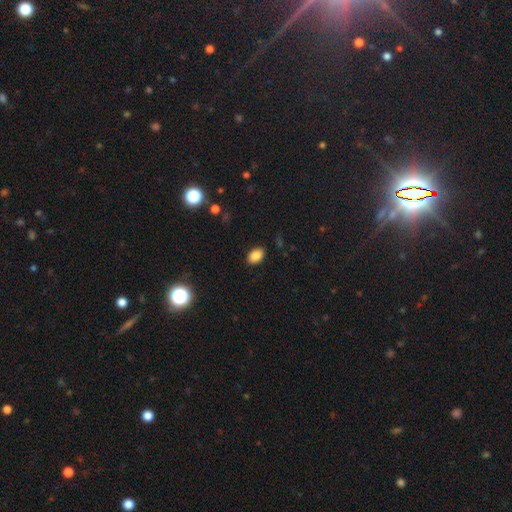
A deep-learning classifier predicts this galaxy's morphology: smooth 86%, star or artifact 9%, featured or disk 4%. Down the decision tree: how rounded — in between (86%); merging — none (88%).